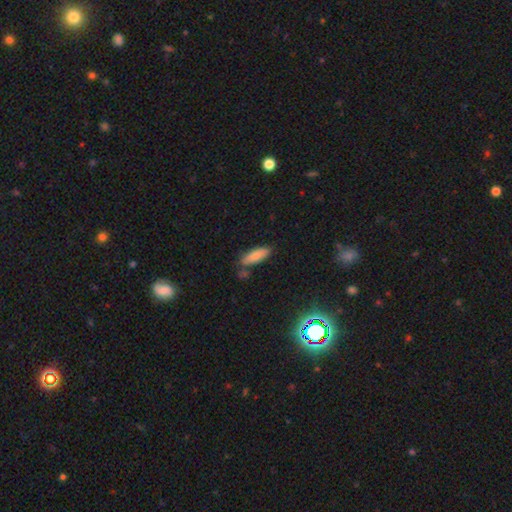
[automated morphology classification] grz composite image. It shows a smooth galaxy with no disk features (78%) that is in between round and cigar-shaped (53%). Merging: none (71%).